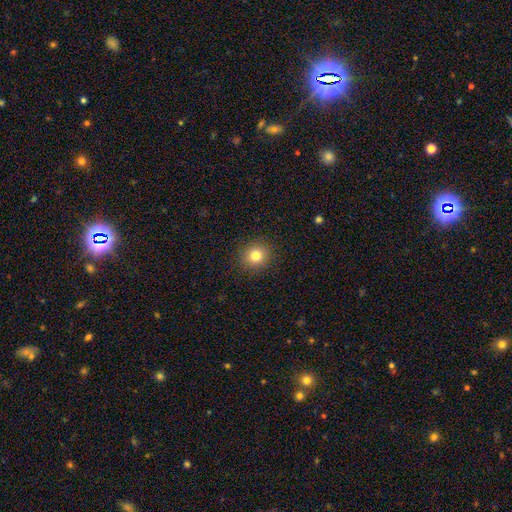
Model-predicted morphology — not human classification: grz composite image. It shows a smooth galaxy with no disk features (81%) that is round (90%). Merging: none (91%).